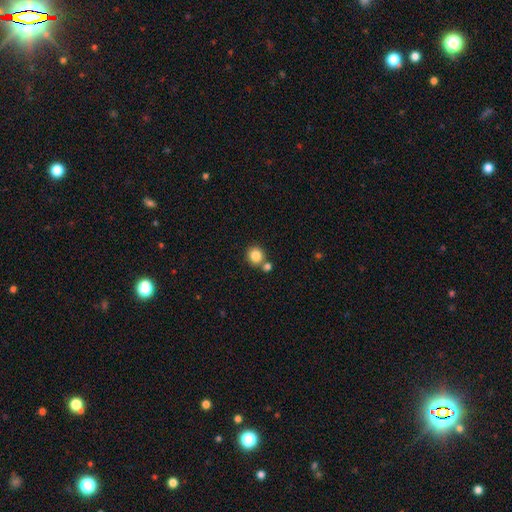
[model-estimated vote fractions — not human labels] A smooth galaxy with no disk features (84%) that is round (89%). Merging: none (69%).